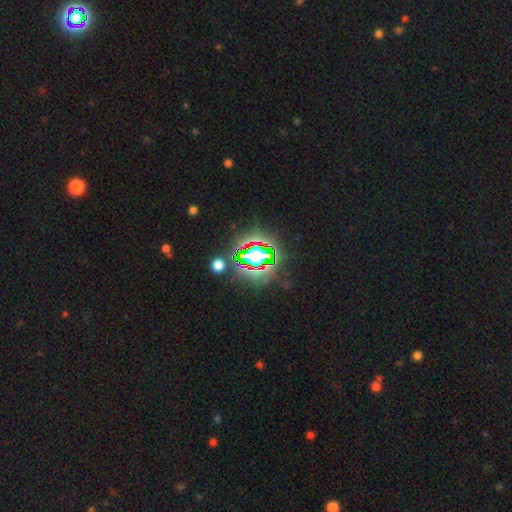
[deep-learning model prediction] A star or artifact, not a galaxy (70%).